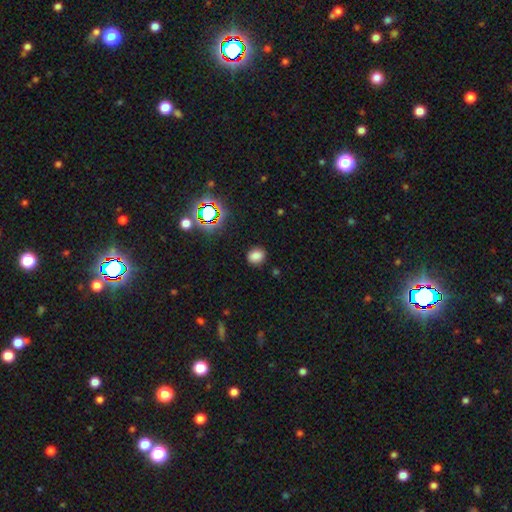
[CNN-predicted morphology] Smooth or featured? smooth (77%)
How rounded? round (61%)
Merging? none (87%)